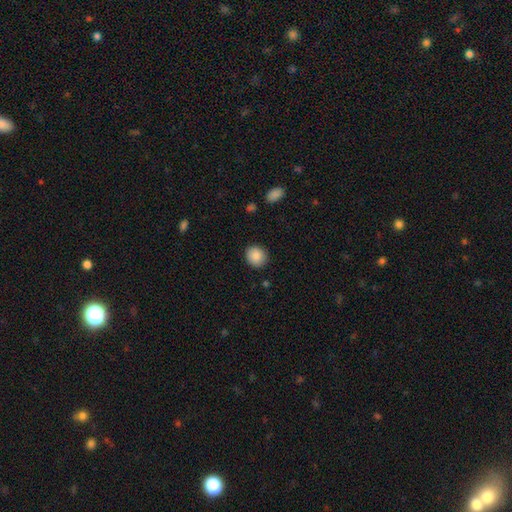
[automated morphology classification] This appears to be a smooth galaxy with no disk features (88%) that is round (76%). Merging: none (88%).